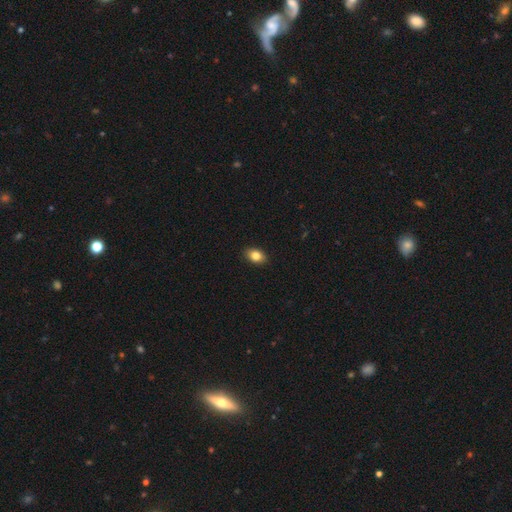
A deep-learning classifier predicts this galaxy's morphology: type=smooth (84%); roundness=in between (83%); merging=none (90%).